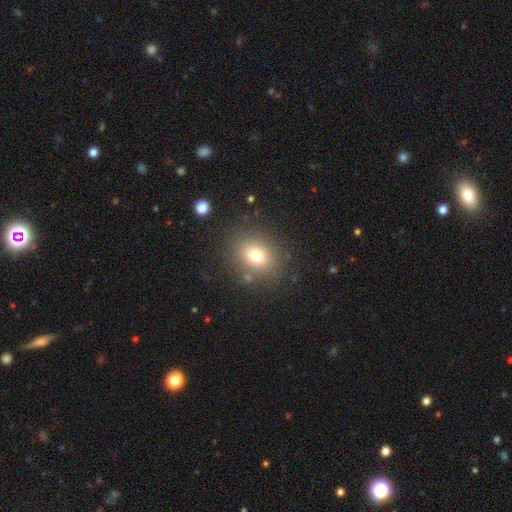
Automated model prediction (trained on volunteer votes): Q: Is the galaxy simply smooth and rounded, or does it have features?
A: smooth — 73%.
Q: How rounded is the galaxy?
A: round — 55%.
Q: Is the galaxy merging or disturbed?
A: none — 82%.